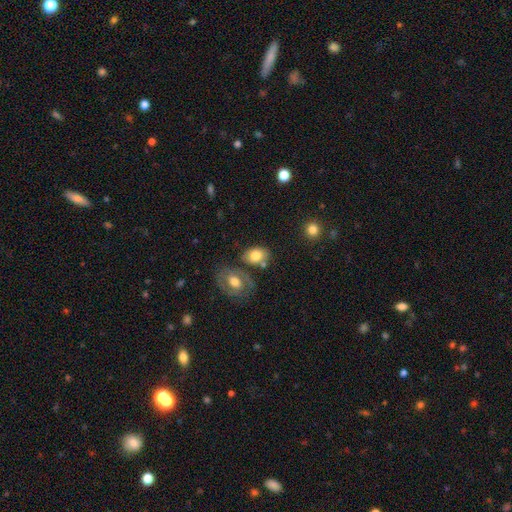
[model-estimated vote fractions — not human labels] Smooth or featured: smooth — 76% (featured or disk — 16%)
How rounded: in between — 76% (round — 23%)
Merging: none — 60% (merger — 17%)